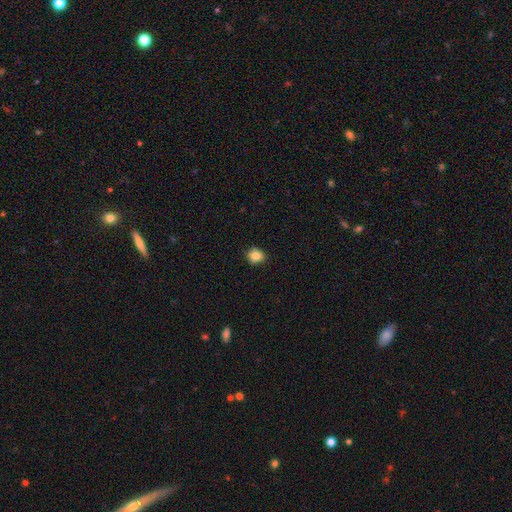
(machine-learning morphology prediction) Smooth or featured: smooth — 85% (star or artifact — 10%)
How rounded: round — 80% (in between — 19%)
Merging: none — 86% (minor disturbance — 11%)